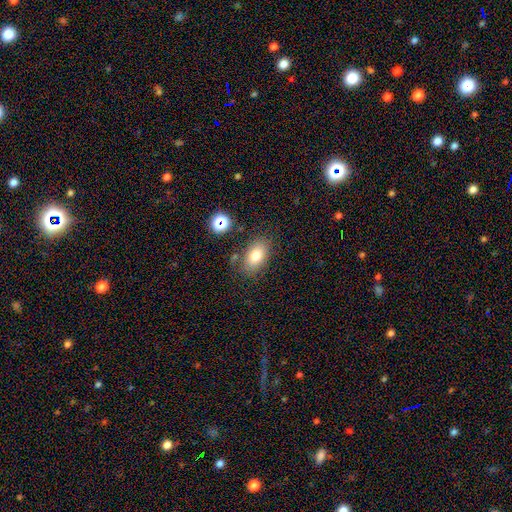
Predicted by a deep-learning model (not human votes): Overall: smooth (77%). How rounded: in between (88%). Merging: none (78%).